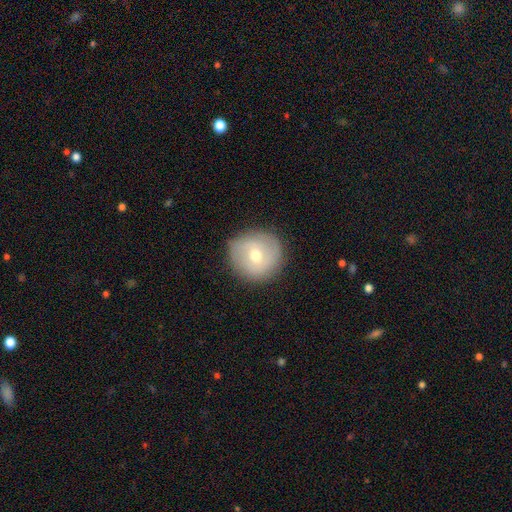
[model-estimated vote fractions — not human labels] Morphology: type=smooth (54%); roundness=round (93%); merging=none (85%).